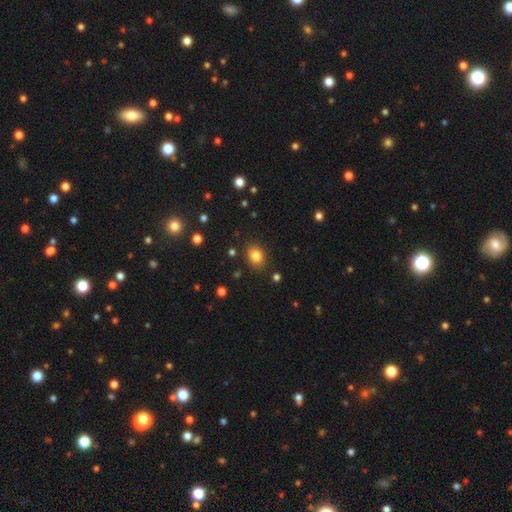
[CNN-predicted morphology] smooth_or_featured: smooth (p=0.83) [alt: star or artifact p=0.11]
how_rounded: in between (p=0.50) [alt: round p=0.49]
merging: none (p=0.86) [alt: minor disturbance p=0.10]